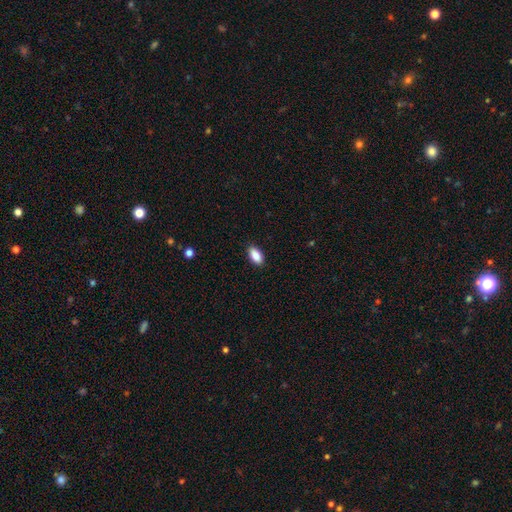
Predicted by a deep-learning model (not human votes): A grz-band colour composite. It shows a smooth galaxy with no disk features (87%) that is in between round and cigar-shaped (92%). Merging: none (89%).